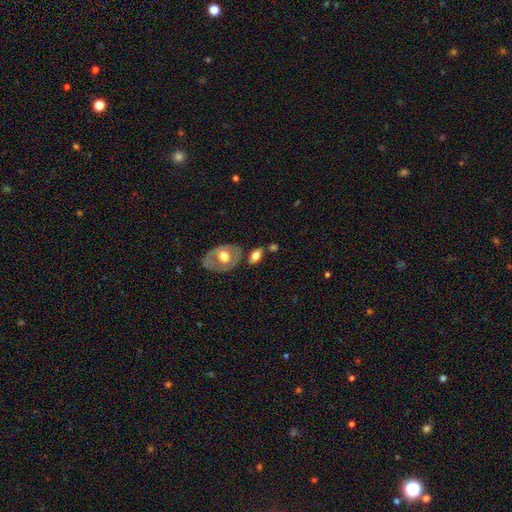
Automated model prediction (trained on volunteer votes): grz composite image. It shows a smooth galaxy with no disk features (62%) that is in between round and cigar-shaped (85%). Merging: none (63%).